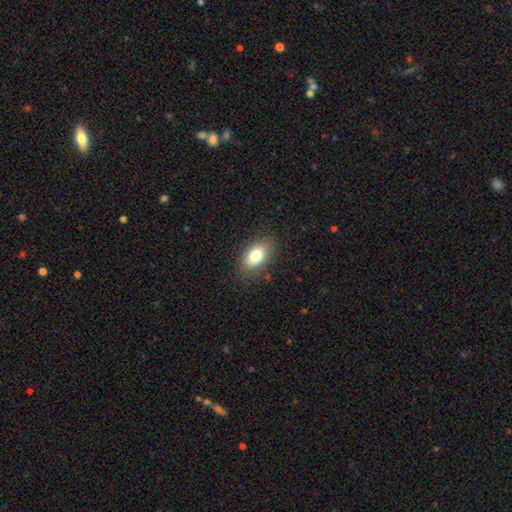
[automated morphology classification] smooth 79%, featured or disk 12%, star or artifact 9%. Down the decision tree: how rounded — in between (89%); merging — none (84%).